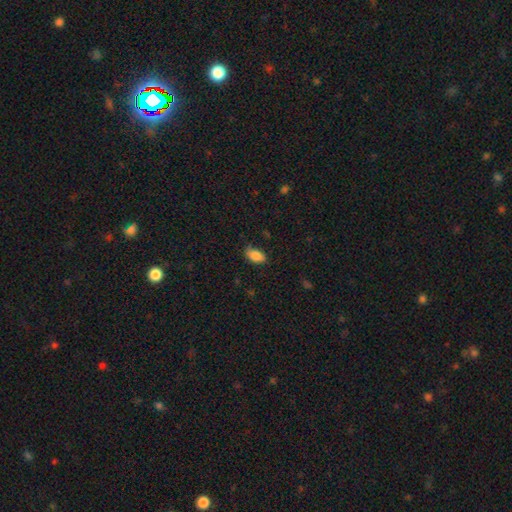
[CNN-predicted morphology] Q: Smooth or featured?
A: smooth (86%); runner-up: star or artifact (8%)
Q: How rounded?
A: in between (91%); runner-up: round (6%)
Q: Merging?
A: none (73%); runner-up: minor disturbance (21%)